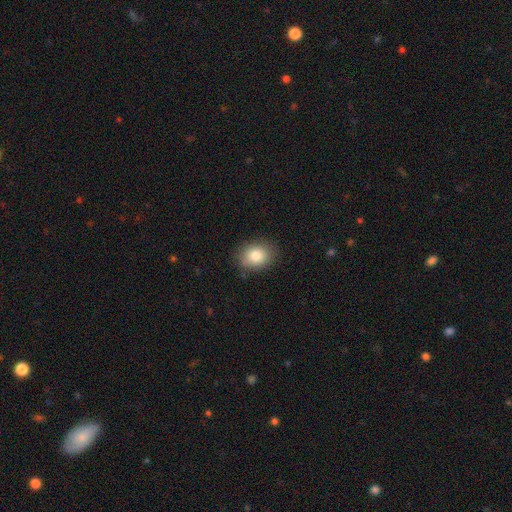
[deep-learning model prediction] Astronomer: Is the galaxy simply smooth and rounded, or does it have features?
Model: smooth — 83%.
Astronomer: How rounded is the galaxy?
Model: in between — 58% (runner-up: round, 41%).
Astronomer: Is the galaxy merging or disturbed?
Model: none — 85%.